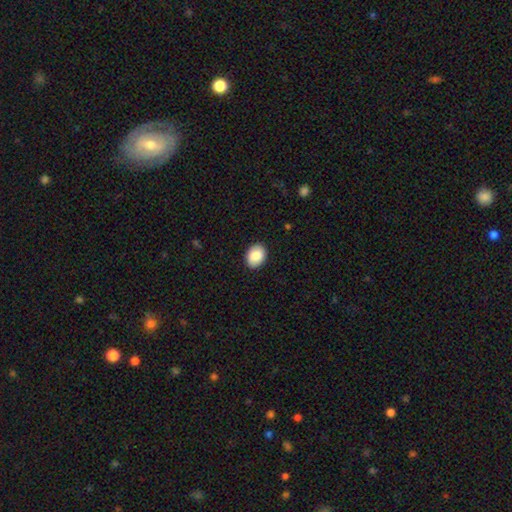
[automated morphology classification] This appears to be a smooth galaxy with no disk features (85%) that is in between round and cigar-shaped (70%). Merging: none (90%).